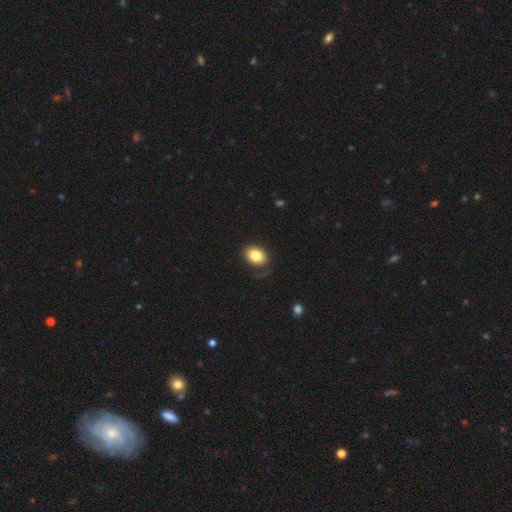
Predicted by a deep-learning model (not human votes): The model was most divided on "how rounded": in between: 70%, round: 29%, cigar-shaped: 1%. More confident: smooth or featured — smooth (82%); merging — none (78%).